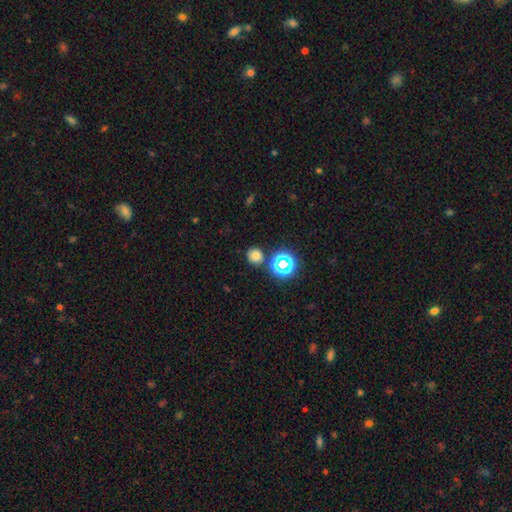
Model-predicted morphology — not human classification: type=smooth (71%); roundness=round (87%); merging=none (83%).